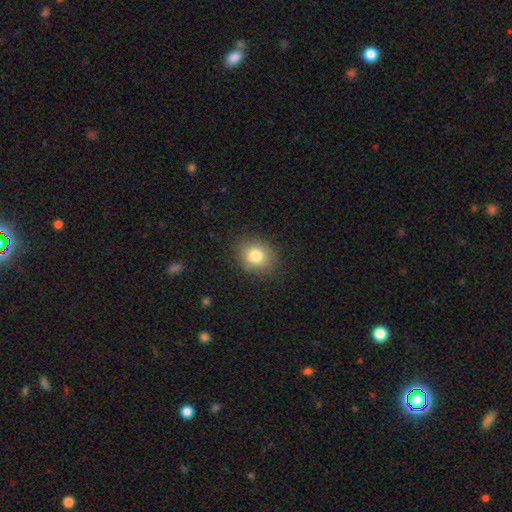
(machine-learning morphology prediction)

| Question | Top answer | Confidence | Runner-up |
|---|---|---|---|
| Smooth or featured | smooth | 80% | star or artifact (11%) |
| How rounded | round | 70% | in between (29%) |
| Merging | none | 84% | minor disturbance (11%) |